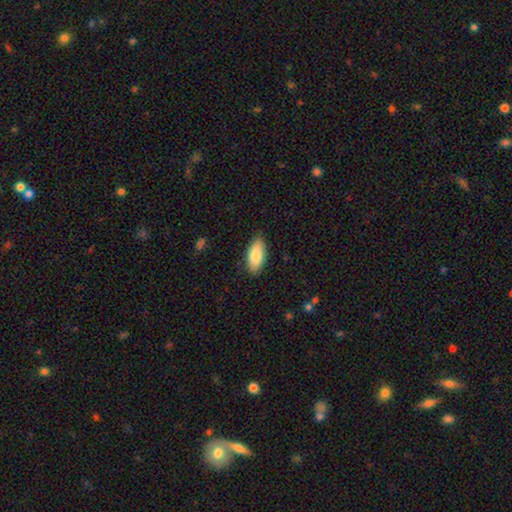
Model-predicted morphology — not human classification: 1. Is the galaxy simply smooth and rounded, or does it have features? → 83% smooth, 11% featured or disk, 6% star or artifact.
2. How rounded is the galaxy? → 86% in between, 12% cigar-shaped, 2% round.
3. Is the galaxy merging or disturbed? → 85% none, 11% minor disturbance, 2% major disturbance, 1% merger.